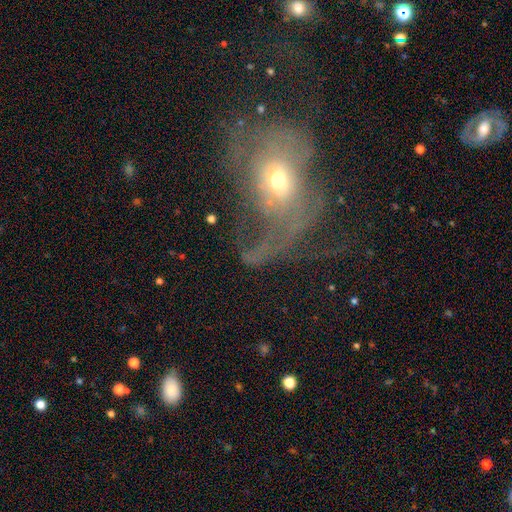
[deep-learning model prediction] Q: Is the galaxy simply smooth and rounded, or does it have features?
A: featured or disk — 53%.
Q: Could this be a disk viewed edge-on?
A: no — 94%.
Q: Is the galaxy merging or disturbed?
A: major disturbance — 60%.